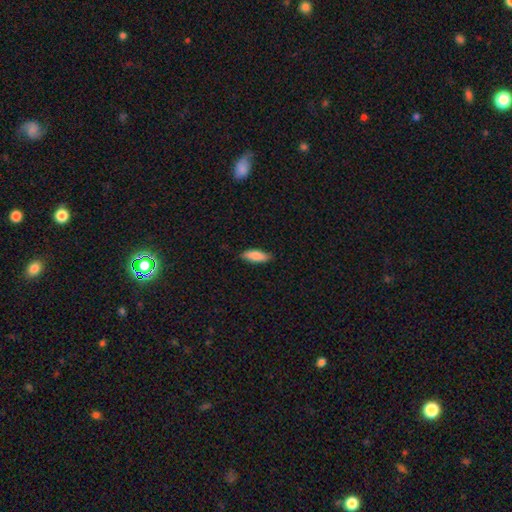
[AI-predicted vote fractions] Smooth or featured?
  - smooth: 84% *
  - featured or disk: 10%
  - star or artifact: 6%
How rounded?
  - in between: 67% *
  - cigar-shaped: 31%
  - round: 2%
Merging?
  - none: 84% *
  - minor disturbance: 13%
  - major disturbance: 2%
  - merger: 1%